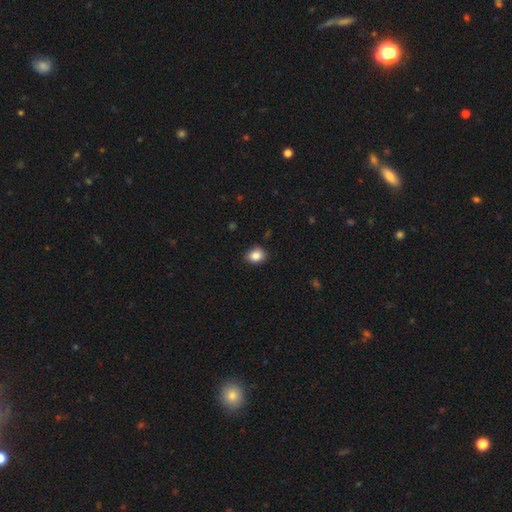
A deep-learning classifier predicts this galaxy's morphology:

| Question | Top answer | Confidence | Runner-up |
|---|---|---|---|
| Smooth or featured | smooth | 86% | star or artifact (9%) |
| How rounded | in between | 56% | round (43%) |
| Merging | none | 85% | minor disturbance (12%) |